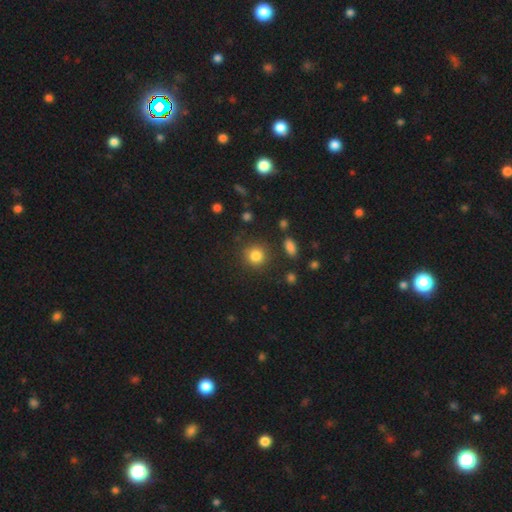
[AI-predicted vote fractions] smooth-or-featured: smooth: 83% | star or artifact: 11% | featured or disk: 6%
  how-rounded: round: 89% | in between: 10% | cigar-shaped: 1%
  merging: none: 85% | minor disturbance: 9% | major disturbance: 3% | merger: 3%